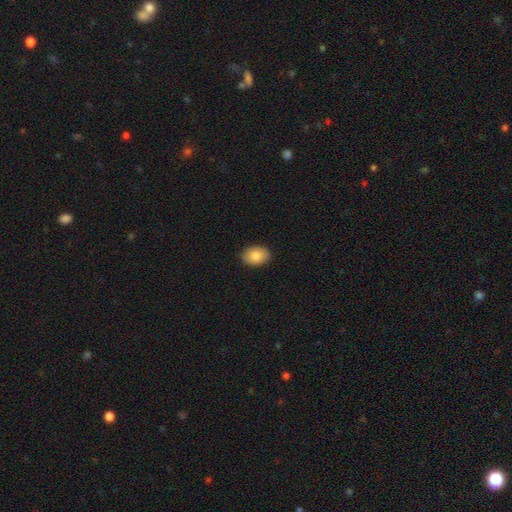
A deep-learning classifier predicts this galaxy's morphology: The model was most divided on "how rounded": in between: 79%, round: 20%, cigar-shaped: 1%. More confident: merging — none (90%); smooth or featured — smooth (85%).